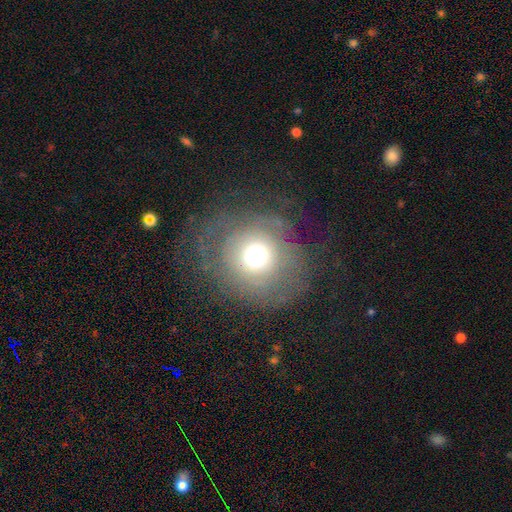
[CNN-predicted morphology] A smooth galaxy with no disk features (50%). Merging: none (63%).